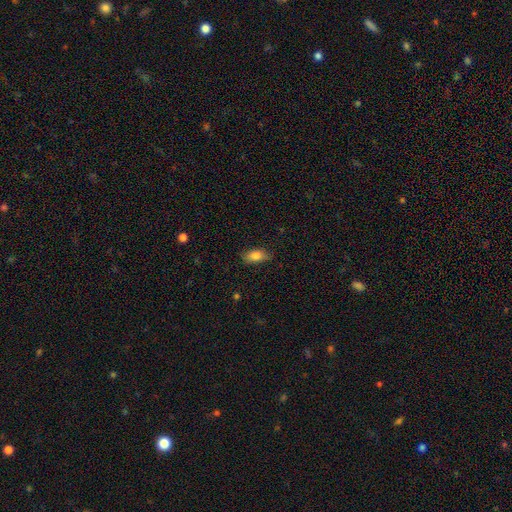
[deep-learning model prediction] The model was most divided on "merging": none: 78%, minor disturbance: 18%, major disturbance: 3%, merger: 1%. More confident: how rounded — in between (87%); smooth or featured — smooth (82%).